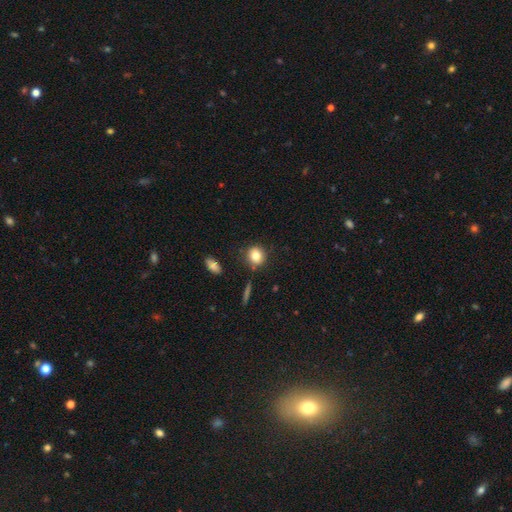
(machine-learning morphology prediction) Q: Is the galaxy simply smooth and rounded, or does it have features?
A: smooth — 81%.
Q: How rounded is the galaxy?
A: round — 76%.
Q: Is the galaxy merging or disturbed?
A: none — 82%.